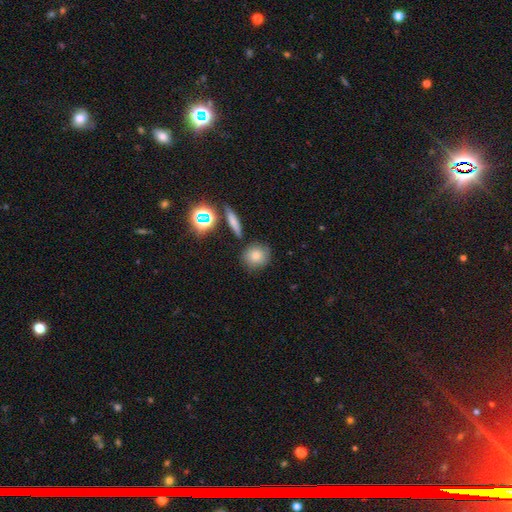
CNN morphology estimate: Overall: smooth (79%). How rounded: round (80%). Merging: none (78%).